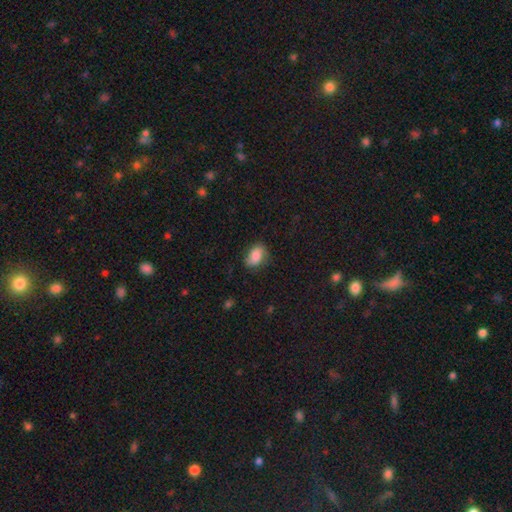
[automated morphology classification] smooth-or-featured: smooth: 77% | featured or disk: 15% | star or artifact: 8%
  how-rounded: in between: 86% | round: 13% | cigar-shaped: 2%
  merging: none: 68% | minor disturbance: 23% | major disturbance: 8% | merger: 1%